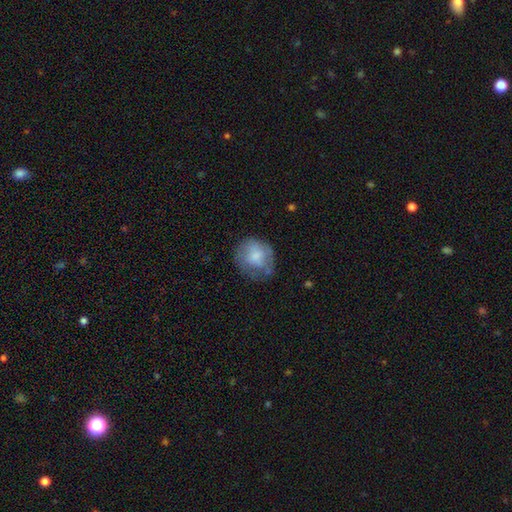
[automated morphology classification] smooth-or-featured: smooth: 67% | featured or disk: 25% | star or artifact: 8%
  how-rounded: round: 76% | in between: 23% | cigar-shaped: 1%
  merging: none: 52% | minor disturbance: 29% | major disturbance: 16% | merger: 2%